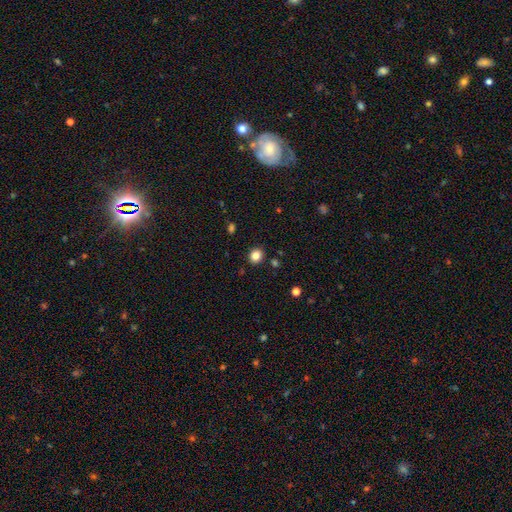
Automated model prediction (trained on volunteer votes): Morphology: type=smooth (84%); roundness=round (75%); merging=none (89%).